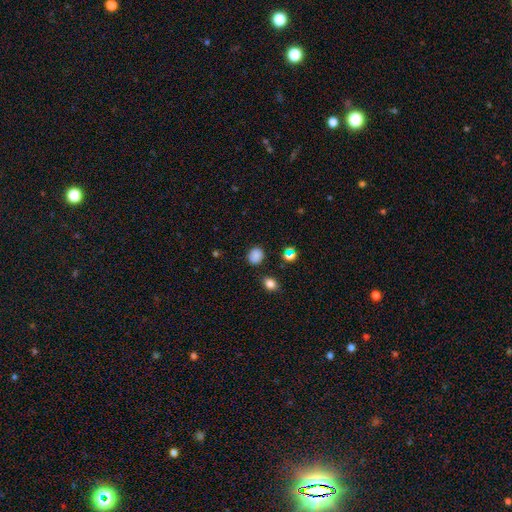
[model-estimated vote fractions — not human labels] smooth 82%, star or artifact 14%, featured or disk 4%. Down the decision tree: how rounded — round (66%); merging — none (84%).